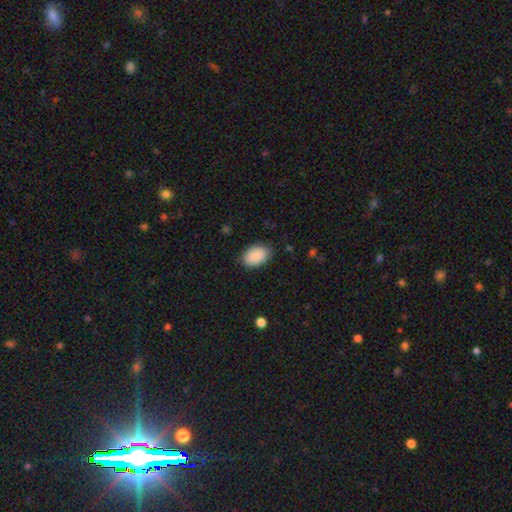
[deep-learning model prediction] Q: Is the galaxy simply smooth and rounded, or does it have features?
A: smooth — 90%.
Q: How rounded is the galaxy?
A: in between — 88%.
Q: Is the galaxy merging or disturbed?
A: none — 84%.